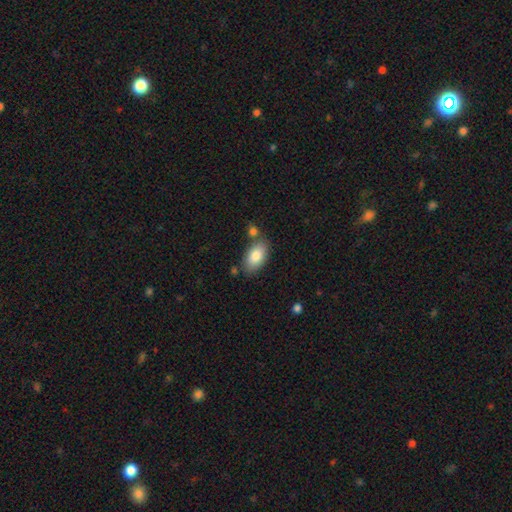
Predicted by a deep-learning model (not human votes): Smooth or featured: smooth — 83% (featured or disk — 11%)
How rounded: in between — 94% (round — 4%)
Merging: none — 71% (minor disturbance — 14%)